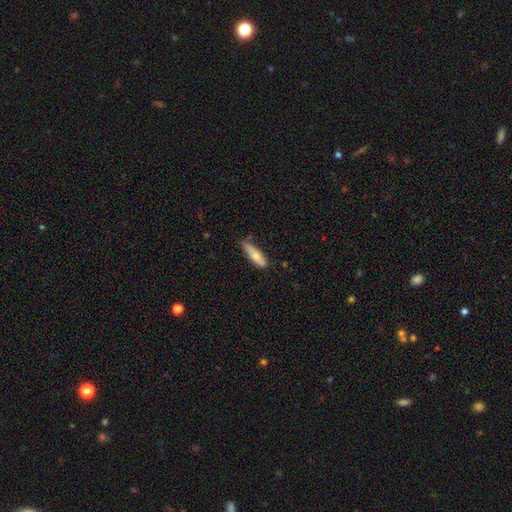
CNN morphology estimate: Smooth or featured: smooth — 72% (featured or disk — 22%)
How rounded: cigar-shaped — 58% (in between — 40%)
Merging: none — 69% (minor disturbance — 24%)